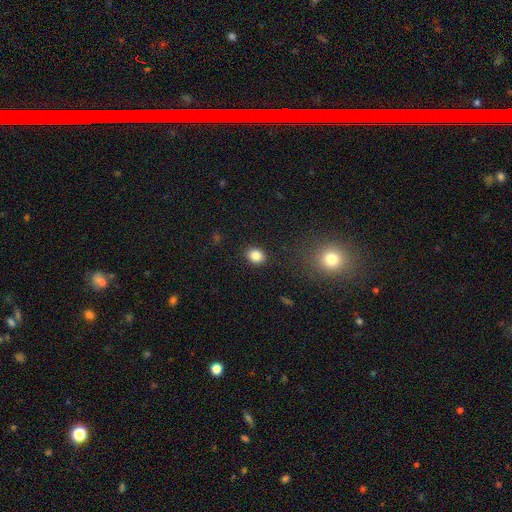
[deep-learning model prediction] A smooth galaxy with no disk features (84%) that is round (56%). Merging: none (89%).